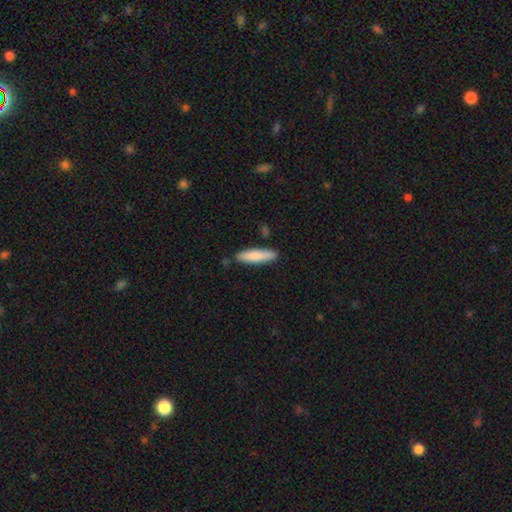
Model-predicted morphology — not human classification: The model was most divided on "how rounded": cigar-shaped: 71%, in between: 28%, round: 1%. More confident: smooth or featured — smooth (84%); merging — none (83%).